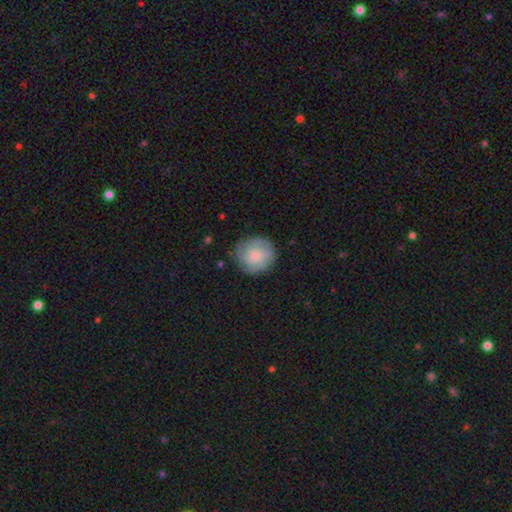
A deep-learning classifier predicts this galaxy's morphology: A featured or disk galaxy (53%) with no bar (79%), spiral arms (89%) and a small central bulge (55%). Merging: none (80%).